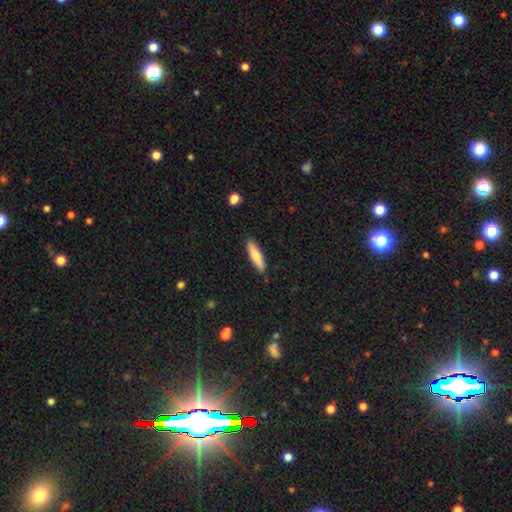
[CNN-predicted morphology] Smooth or featured? Predicted: smooth (p=0.74). How rounded? Predicted: cigar-shaped (p=0.70). Merging? Predicted: none (p=0.87).